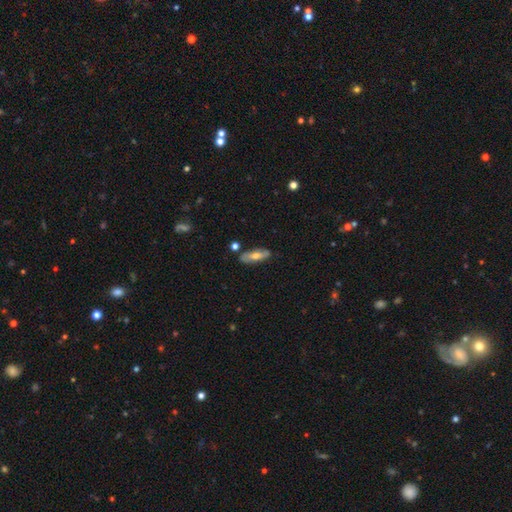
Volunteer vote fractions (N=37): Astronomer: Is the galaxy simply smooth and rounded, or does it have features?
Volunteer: featured or disk — 51% (runner-up: smooth, 46%).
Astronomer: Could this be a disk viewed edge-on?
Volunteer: no — 63%.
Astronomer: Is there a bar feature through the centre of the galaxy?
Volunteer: no — 67%.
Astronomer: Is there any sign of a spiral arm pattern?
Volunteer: no — 83%.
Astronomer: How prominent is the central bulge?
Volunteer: moderate — 75%.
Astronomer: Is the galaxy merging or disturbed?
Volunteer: none — 83%.